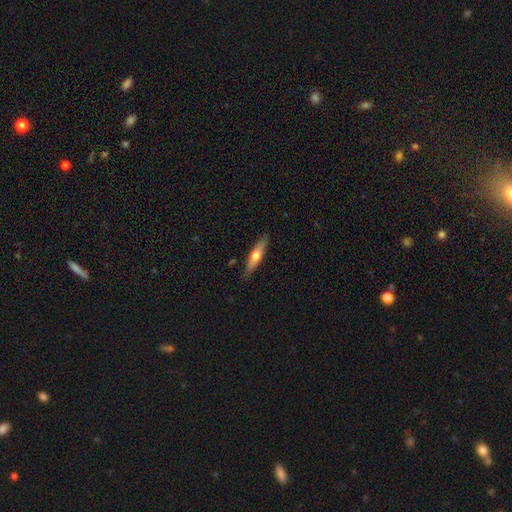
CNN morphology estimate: Smooth or featured? Predicted: featured or disk (p=0.49). Merging? Predicted: none (p=0.87).